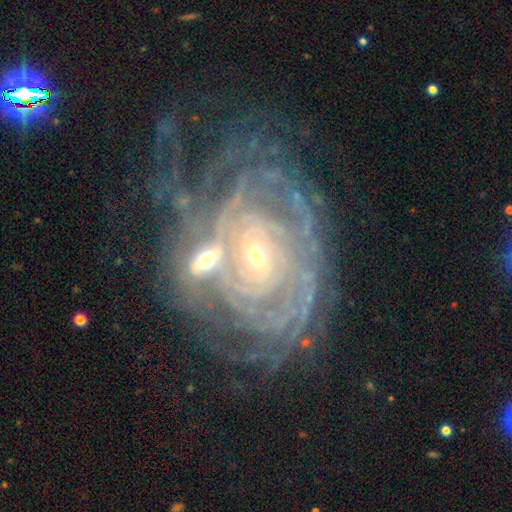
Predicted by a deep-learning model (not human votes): A featured or disk galaxy (87%) with no bar (56%), tight (80%) spiral arms (95%) and a small central bulge (79%).

Vote fractions:
- Smooth or featured? featured or disk: 87% / star or artifact: 7% / smooth: 6%
- Edge-on disk? no: 96% / yes: 4%
- Bar? no: 56% / weak: 31% / strong: 13%
- Spiral arms? yes: 95% / no: 5%
- Spiral winding? tight: 80% / medium: 16% / loose: 4%
- Spiral arm count? can't tell: 41% / more than 4: 18% / 4: 14% / 2: 11% / 3: 10% / 1: 6%
- Bulge size? small: 79% / moderate: 17% / none: 2% / large: 2% / dominant: 1%
- Merging? none: 39% / merger: 28% / minor disturbance: 19% / major disturbance: 15%